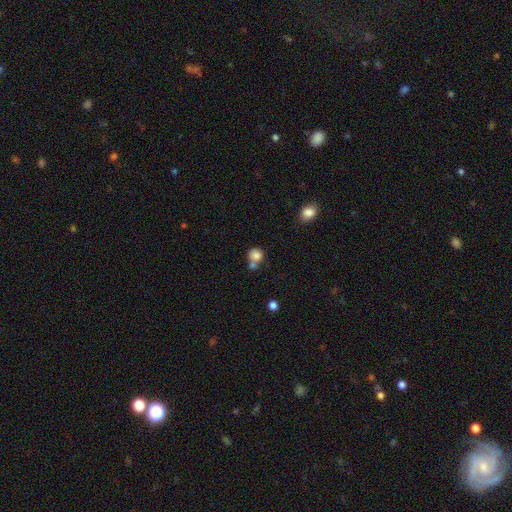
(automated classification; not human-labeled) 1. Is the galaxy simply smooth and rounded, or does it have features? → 82% smooth, 10% star or artifact, 8% featured or disk.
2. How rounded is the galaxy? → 87% round, 12% in between, 1% cigar-shaped.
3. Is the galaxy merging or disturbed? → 48% none, 36% merger, 11% minor disturbance, 5% major disturbance.